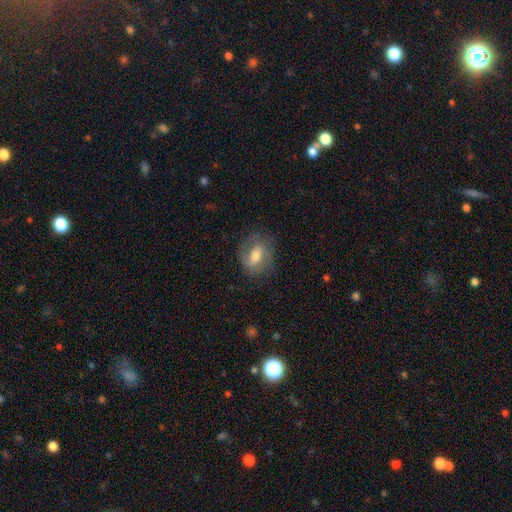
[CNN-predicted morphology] smooth_or_featured: featured or disk (p=0.61) [alt: smooth p=0.31]
disk_edge_on: no (p=0.95) [alt: yes p=0.05]
bar: weak (p=0.47) [alt: strong p=0.28]
has_spiral_arms: yes (p=0.81) [alt: no p=0.19]
bulge_size: moderate (p=0.64) [alt: small p=0.22]
merging: none (p=0.73) [alt: minor disturbance p=0.18]